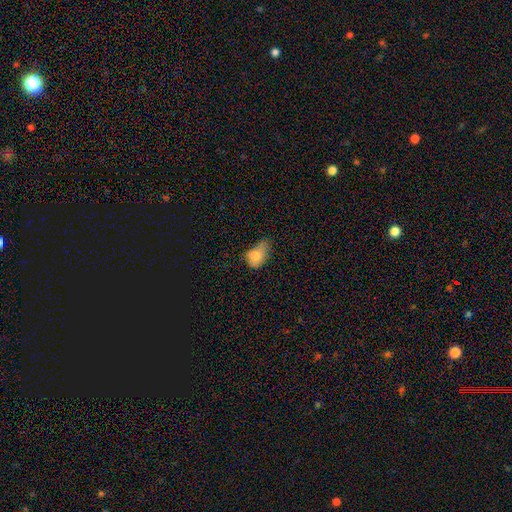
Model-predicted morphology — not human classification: Smooth or featured? Predicted: smooth (p=0.76). How rounded? Predicted: in between (p=0.78). Merging? Predicted: minor disturbance (p=0.43).